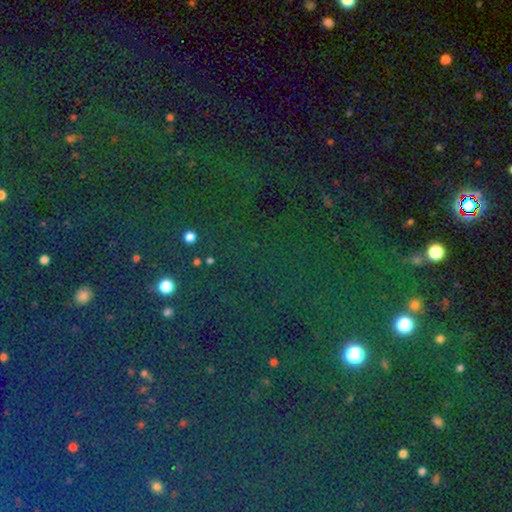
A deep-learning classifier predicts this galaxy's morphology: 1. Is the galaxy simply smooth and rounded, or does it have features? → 80% star or artifact, 12% smooth, 8% featured or disk.